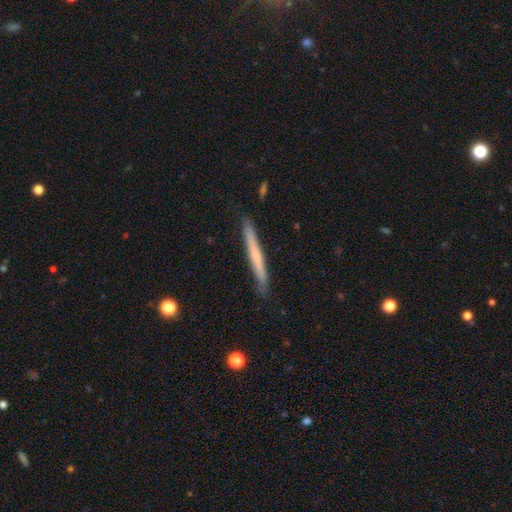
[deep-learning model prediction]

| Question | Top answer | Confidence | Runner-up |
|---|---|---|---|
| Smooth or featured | smooth | 55% | featured or disk (40%) |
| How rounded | cigar-shaped | 97% | in between (2%) |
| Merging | none | 87% | minor disturbance (10%) |